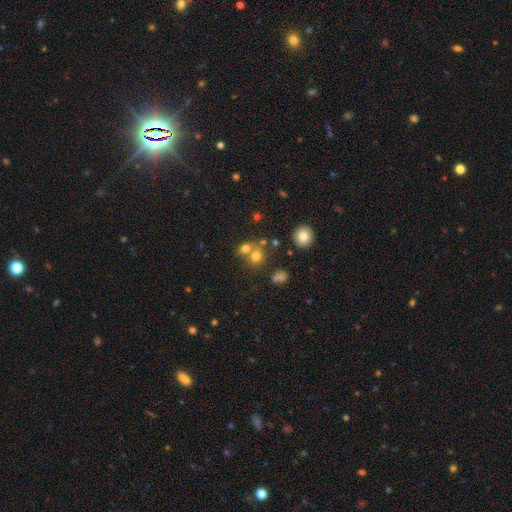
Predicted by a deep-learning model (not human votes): The model was most divided on "merging": merger: 45%, none: 44%, minor disturbance: 7%, major disturbance: 4%. More confident: how rounded — round (78%); smooth or featured — smooth (70%).